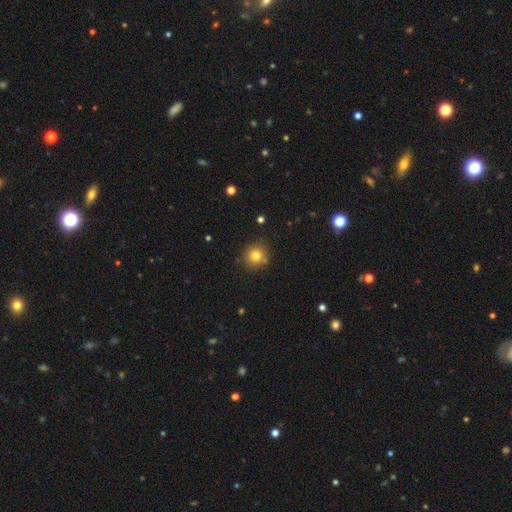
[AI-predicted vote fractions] A smooth galaxy with no disk features (79%) that is round (92%).

Vote fractions:
- Smooth or featured? smooth: 79% / star or artifact: 13% / featured or disk: 8%
- How rounded? round: 92% / in between: 7% / cigar-shaped: 1%
- Merging? none: 86% / minor disturbance: 9% / merger: 3% / major disturbance: 2%